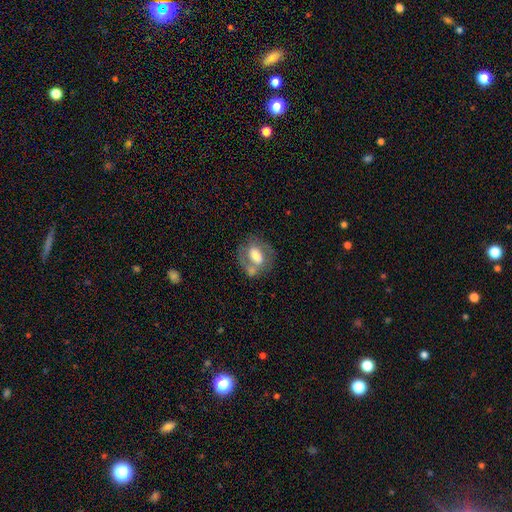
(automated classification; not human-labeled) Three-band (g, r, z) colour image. It shows a featured or disk galaxy (50%). Merging: none (46%).